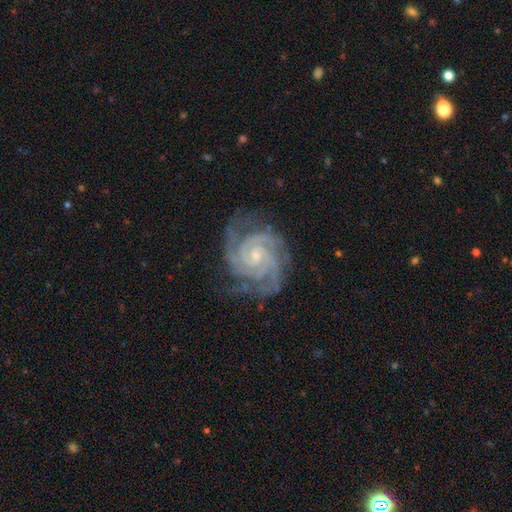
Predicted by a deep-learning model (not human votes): Smooth or featured?
  - featured or disk: 93% *
  - star or artifact: 4%
  - smooth: 3%
Edge-on disk?
  - no: 98% *
  - yes: 2%
Bar?
  - no: 67% *
  - weak: 26%
  - strong: 7%
Spiral arms?
  - yes: 99% *
  - no: 1%
Spiral winding?
  - tight: 74% *
  - medium: 23%
  - loose: 2%
Spiral arm count?
  - 3: 37% *
  - 4: 25%
  - 2: 16%
  - can't tell: 10%
  - more than 4: 7%
  - 1: 6%
Bulge size?
  - small: 74% *
  - moderate: 22%
  - none: 3%
  - large: 1%
  - dominant: 1%
Merging?
  - none: 75% *
  - minor disturbance: 18%
  - major disturbance: 6%
  - merger: 1%